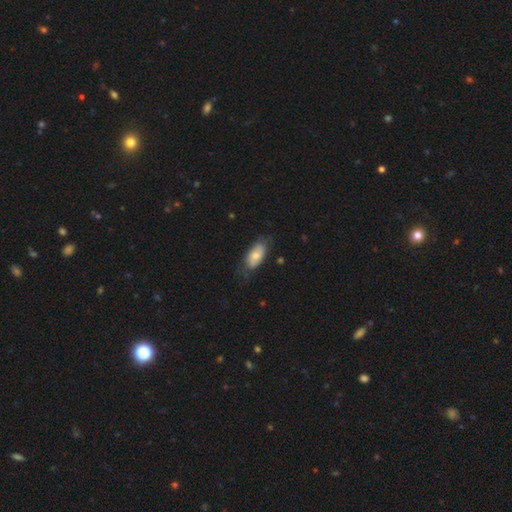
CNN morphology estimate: Smooth or featured? Predicted: smooth (p=0.67). How rounded? Predicted: in between (p=0.90). Merging? Predicted: none (p=0.65).